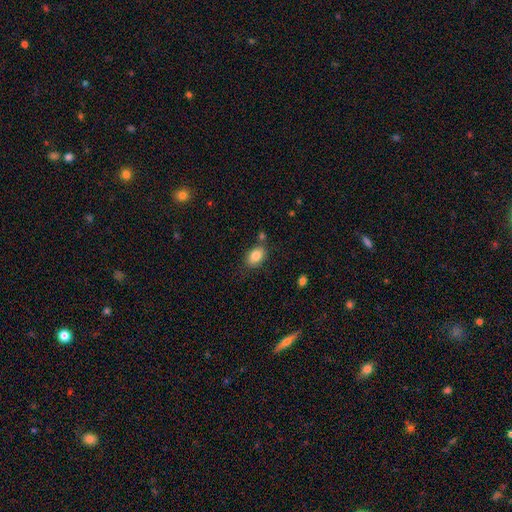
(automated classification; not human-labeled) smooth 85%, star or artifact 8%, featured or disk 7%. Down the decision tree: how rounded — in between (84%); merging — none (74%).